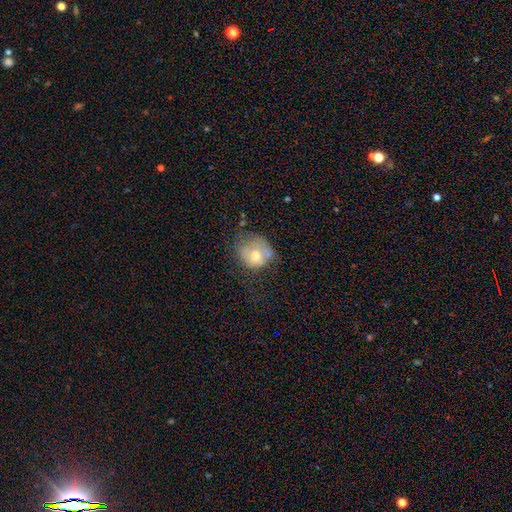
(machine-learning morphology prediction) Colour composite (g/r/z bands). It shows a smooth galaxy with no disk features (60%) that is round (62%). Merging: none (34%).